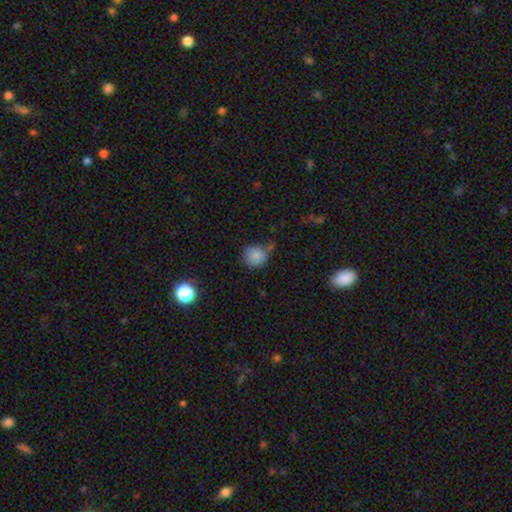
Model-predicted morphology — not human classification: smooth-or-featured: smooth: 82% | star or artifact: 10% | featured or disk: 7%
  how-rounded: round: 86% | in between: 13% | cigar-shaped: 1%
  merging: none: 50% | minor disturbance: 31% | major disturbance: 11% | merger: 9%